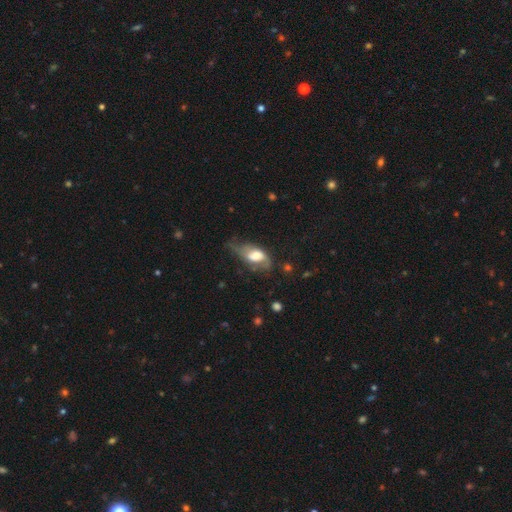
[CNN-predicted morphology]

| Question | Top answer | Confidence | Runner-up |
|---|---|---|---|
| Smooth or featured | smooth | 54% | featured or disk (38%) |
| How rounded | in between | 88% | cigar-shaped (6%) |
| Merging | minor disturbance | 34% | tied: major disturbance (34%) |